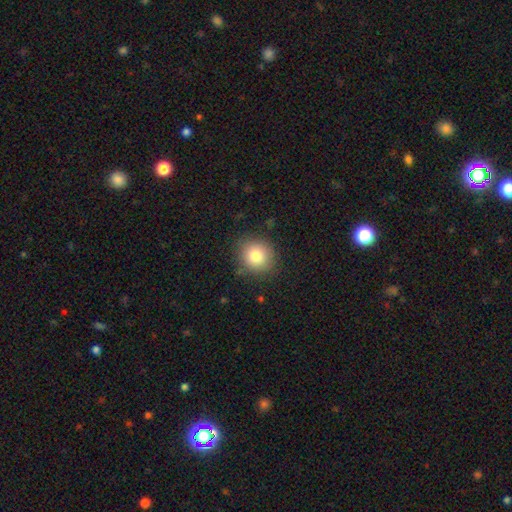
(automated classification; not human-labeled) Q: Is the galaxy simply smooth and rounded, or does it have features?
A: smooth — 81%.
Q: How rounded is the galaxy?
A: round — 86%.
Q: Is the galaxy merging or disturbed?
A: none — 85%.